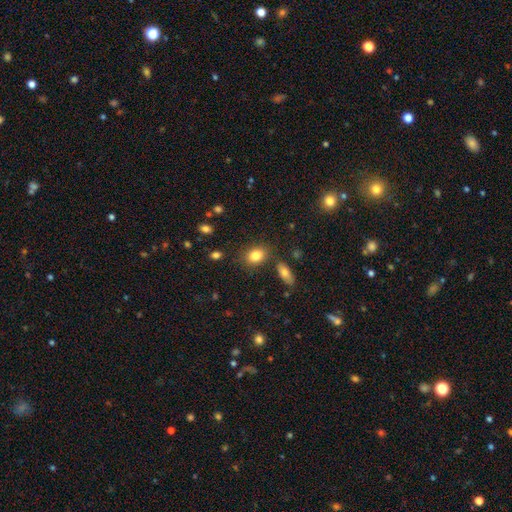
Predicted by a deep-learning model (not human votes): smooth 83%, star or artifact 9%, featured or disk 8%. Down the decision tree: how rounded — in between (71%); merging — none (78%).